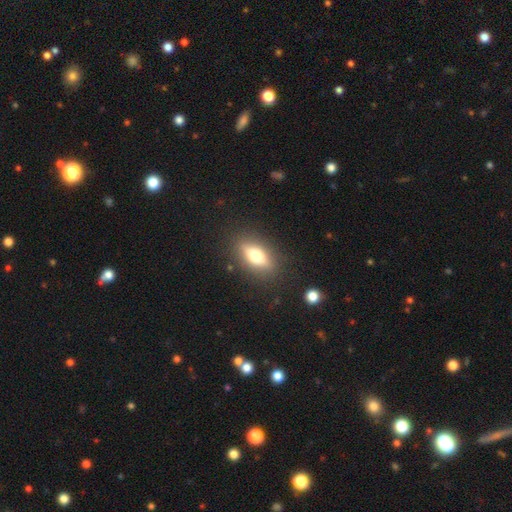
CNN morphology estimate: Smooth or featured? smooth (57%)
How rounded? in between (72%)
Merging? none (86%)